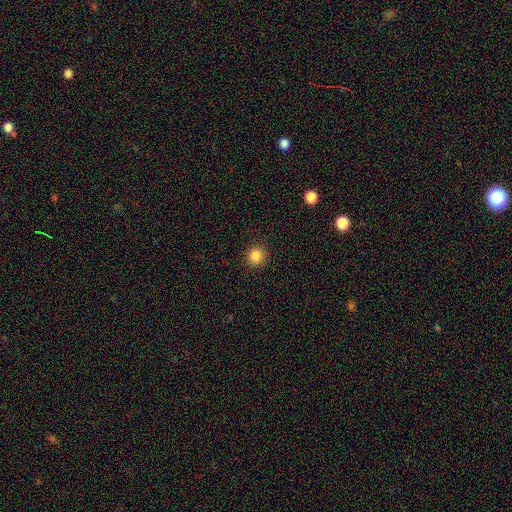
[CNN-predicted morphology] smooth_or_featured: smooth (p=0.86) [alt: star or artifact p=0.11]
how_rounded: round (p=0.92) [alt: in between p=0.07]
merging: none (p=0.92) [alt: minor disturbance p=0.06]